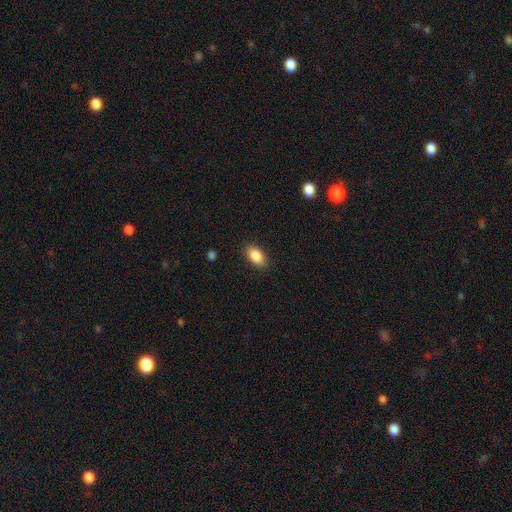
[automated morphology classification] Q: Smooth or featured?
A: smooth (87%); runner-up: star or artifact (7%)
Q: How rounded?
A: in between (91%); runner-up: round (6%)
Q: Merging?
A: none (86%); runner-up: minor disturbance (10%)